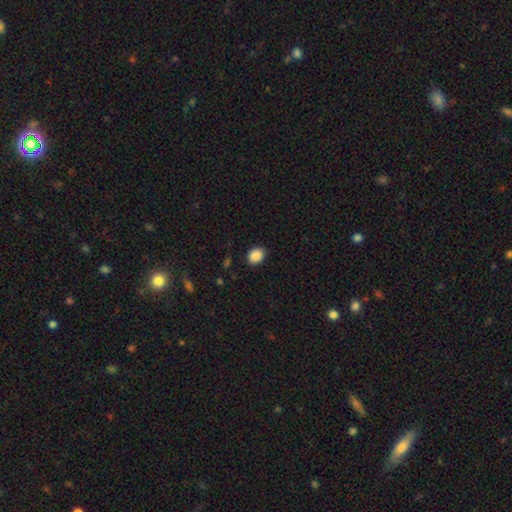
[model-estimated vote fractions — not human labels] Smooth or featured?
  - smooth: 89% *
  - star or artifact: 8%
  - featured or disk: 3%
How rounded?
  - in between: 53% *
  - round: 46%
  - cigar-shaped: 1%
Merging?
  - none: 89% *
  - minor disturbance: 8%
  - major disturbance: 2%
  - merger: 1%